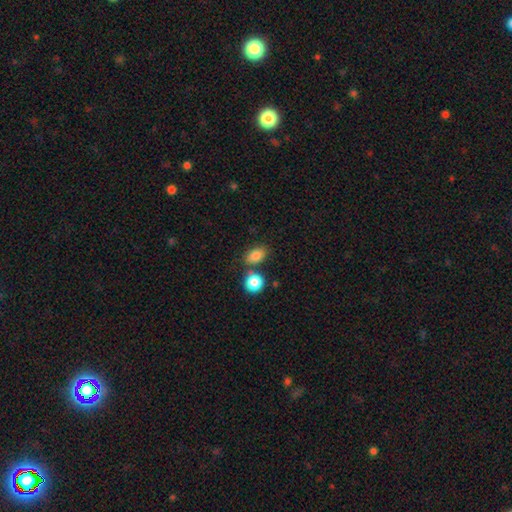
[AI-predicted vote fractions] A smooth galaxy with no disk features (83%) that is in between round and cigar-shaped (76%).

Vote fractions:
- Smooth or featured? smooth: 83% / star or artifact: 10% / featured or disk: 6%
- How rounded? in between: 76% / round: 22% / cigar-shaped: 2%
- Merging? none: 66% / merger: 18% / minor disturbance: 13% / major disturbance: 4%